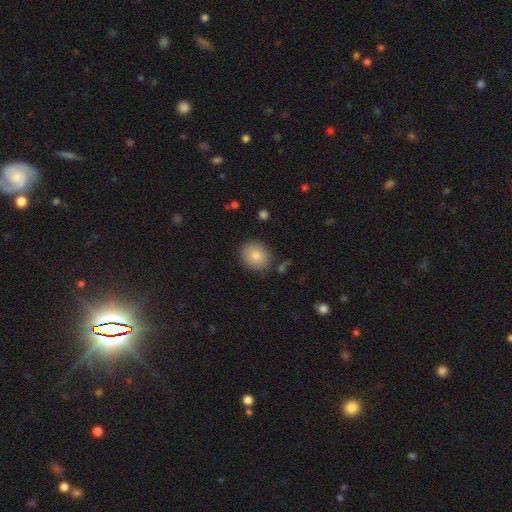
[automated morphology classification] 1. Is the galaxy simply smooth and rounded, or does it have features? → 84% smooth, 8% star or artifact, 7% featured or disk.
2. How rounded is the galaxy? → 77% round, 22% in between, 1% cigar-shaped.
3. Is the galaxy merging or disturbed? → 84% none, 10% minor disturbance, 3% major disturbance, 3% merger.